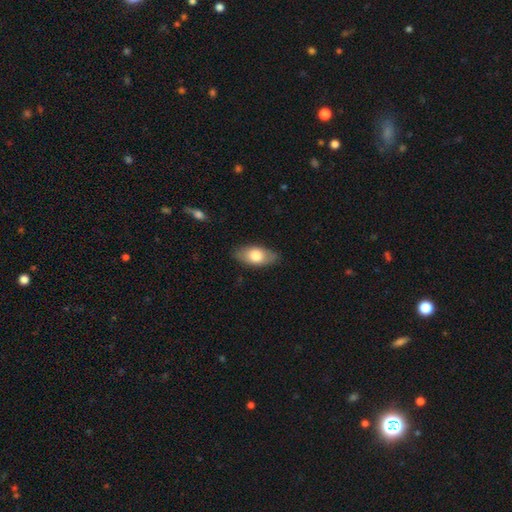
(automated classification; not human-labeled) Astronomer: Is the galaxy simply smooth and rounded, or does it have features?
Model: smooth — 73%.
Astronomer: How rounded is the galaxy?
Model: in between — 89%.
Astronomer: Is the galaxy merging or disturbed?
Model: none — 82%.